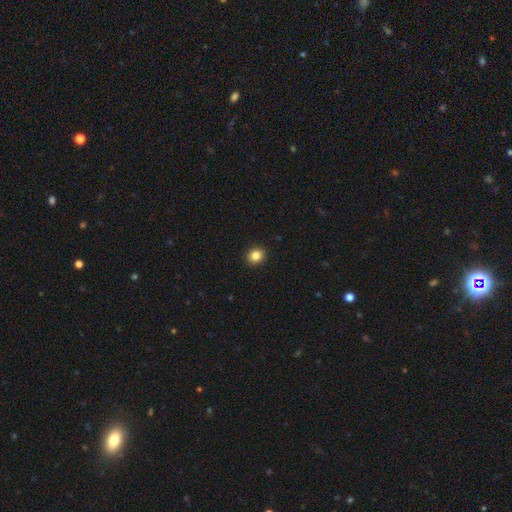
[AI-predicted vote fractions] smooth_or_featured: smooth (p=0.84) [alt: star or artifact p=0.11]
how_rounded: round (p=0.82) [alt: in between p=0.17]
merging: none (p=0.93) [alt: minor disturbance p=0.05]